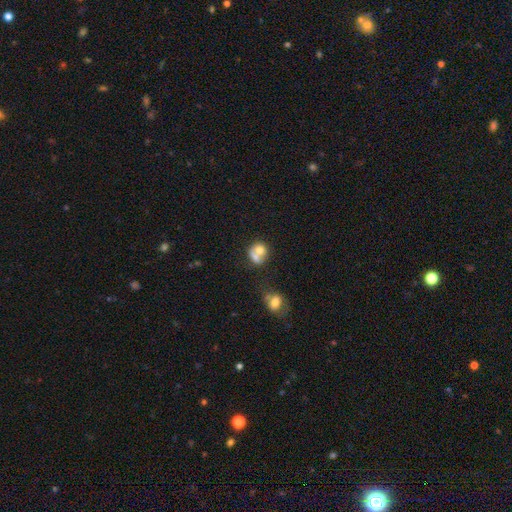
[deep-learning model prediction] A smooth galaxy with no disk features (64%) that is round (71%). Merging: merger (59%).